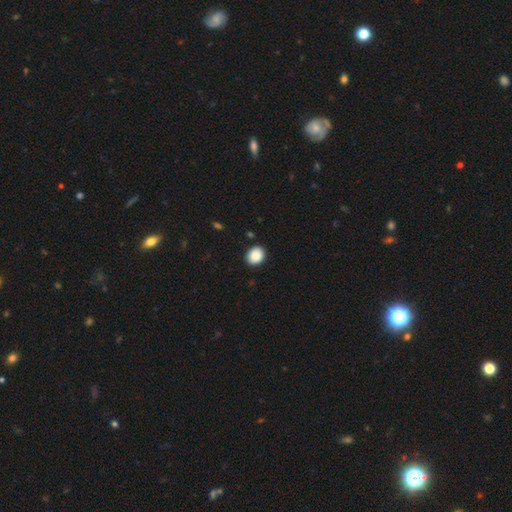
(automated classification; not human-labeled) Overall: smooth (89%). How rounded: round (65%; in between 34%). Merging: none (89%).